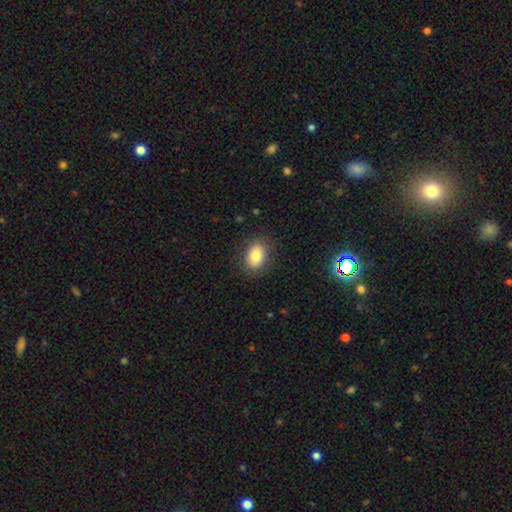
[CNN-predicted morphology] Smooth or featured?
  - smooth: 81% *
  - featured or disk: 10%
  - star or artifact: 9%
How rounded?
  - in between: 77% *
  - round: 22%
  - cigar-shaped: 1%
Merging?
  - none: 84% *
  - minor disturbance: 11%
  - major disturbance: 4%
  - merger: 1%